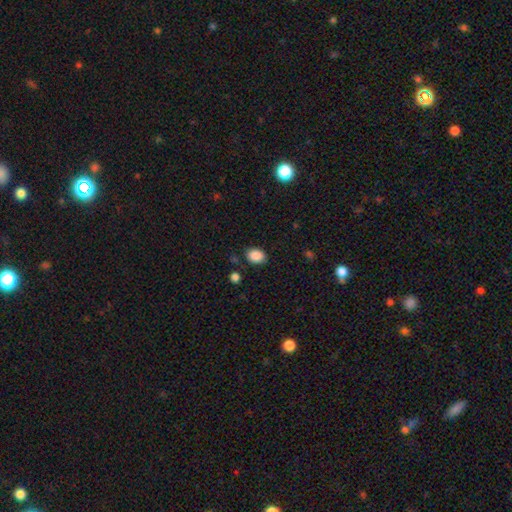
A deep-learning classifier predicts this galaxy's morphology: Smooth or featured? Predicted: smooth (p=0.88). How rounded? Predicted: in between (p=0.66). Merging? Predicted: none (p=0.82).